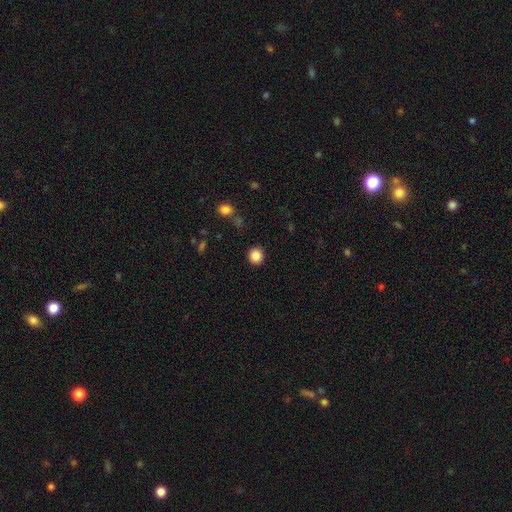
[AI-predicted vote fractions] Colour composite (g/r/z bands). It shows a smooth galaxy with no disk features (86%) that is round (90%). Merging: none (91%).